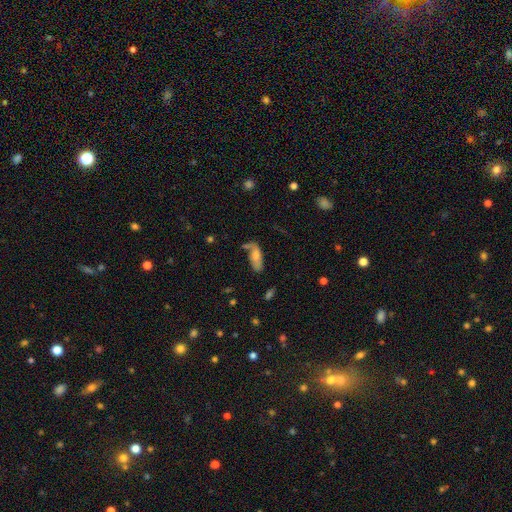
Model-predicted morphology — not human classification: The model was most divided on "merging": none: 44%, minor disturbance: 25%, major disturbance: 16%, merger: 14%. More confident: how rounded — in between (73%); smooth or featured — smooth (60%).